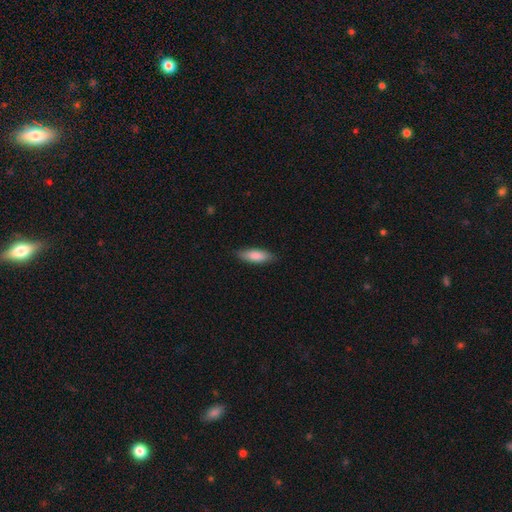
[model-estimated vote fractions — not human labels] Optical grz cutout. It shows a smooth galaxy with no disk features (85%) that is in between round and cigar-shaped (55%). Merging: none (86%).